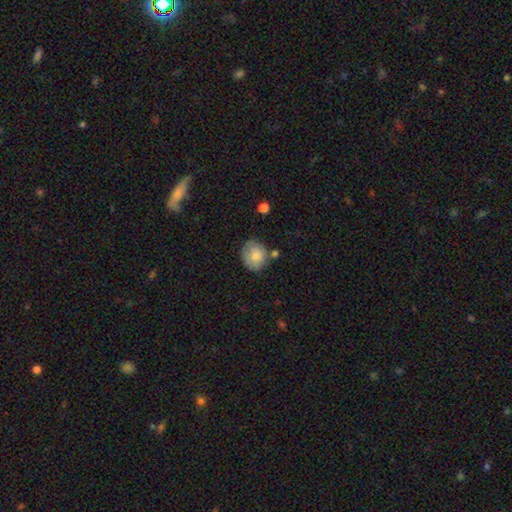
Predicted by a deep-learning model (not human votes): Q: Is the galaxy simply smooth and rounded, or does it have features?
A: smooth — 76%.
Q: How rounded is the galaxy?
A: round — 72%.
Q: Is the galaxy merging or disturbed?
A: none — 62%.